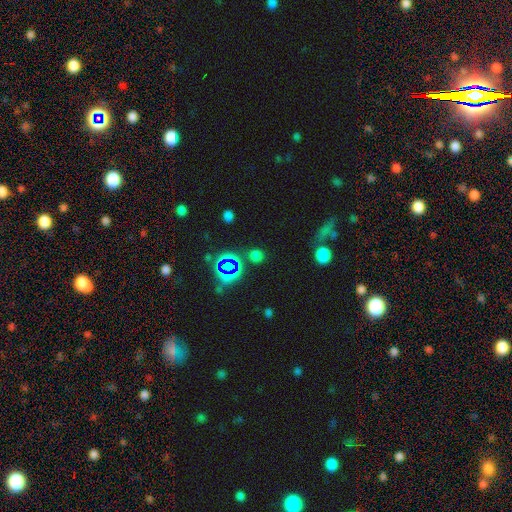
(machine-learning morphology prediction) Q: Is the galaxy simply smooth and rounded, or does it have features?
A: smooth — 57%.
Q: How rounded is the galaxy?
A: round — 86%.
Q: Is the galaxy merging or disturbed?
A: none — 81%.